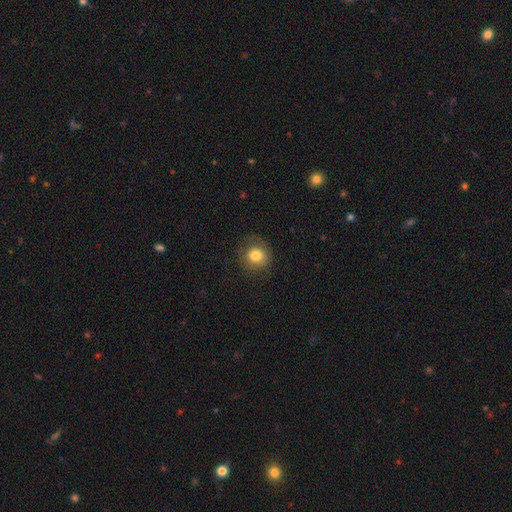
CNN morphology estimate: This is likely a smooth galaxy (77%). How rounded: clearly round (89%). Merging: likely none (78%).